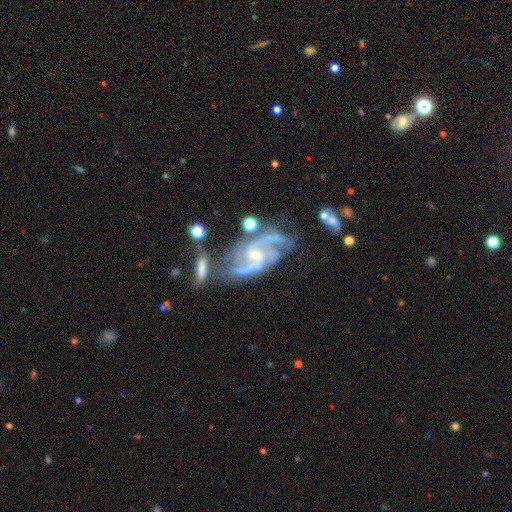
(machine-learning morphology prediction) smooth-or-featured: featured or disk: 91% | star or artifact: 5% | smooth: 3%
  disk-edge-on: no: 97% | yes: 3%
    bar: no: 42% (tied) | weak: 42% (tied) | strong: 16%
    has-spiral-arms: yes: 98% | no: 2%
      spiral-winding: medium: 54% | loose: 24% | tight: 22%
      spiral-arm-count: 2: 50% | 3: 24% | can't tell: 9% | 4: 8% | more than 4: 5% | 1: 5%
    bulge-size: small: 72% | moderate: 22% | none: 4% | large: 1% | dominant: 1%
  merging: none: 50% | minor disturbance: 23% | major disturbance: 15% | merger: 12%